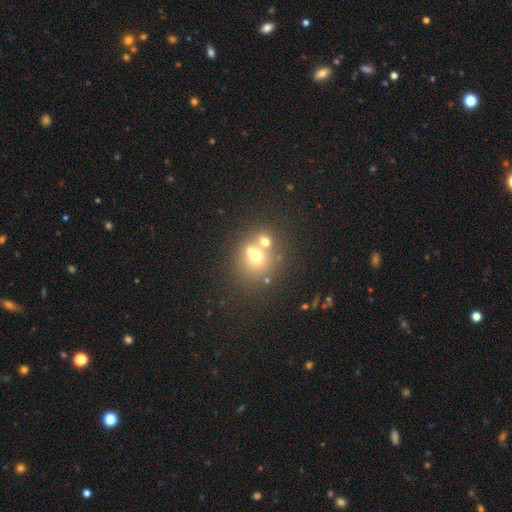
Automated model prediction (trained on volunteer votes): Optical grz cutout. It shows a smooth galaxy with no disk features (62%) that is round (80%). Merging: merger (44%, tied with none).